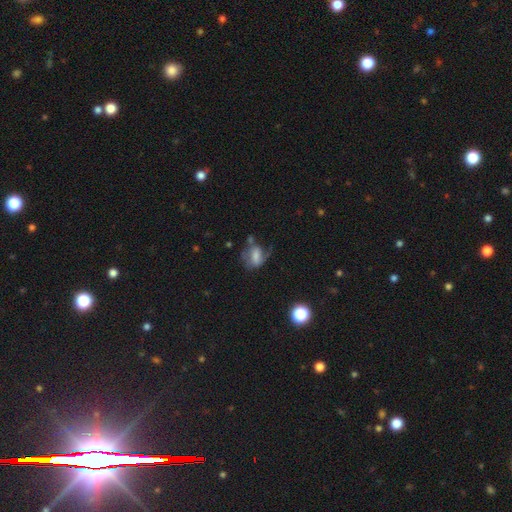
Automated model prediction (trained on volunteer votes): Smooth or featured: smooth — 44% (featured or disk — 43%)
Merging: none — 37% (major disturbance — 32%)